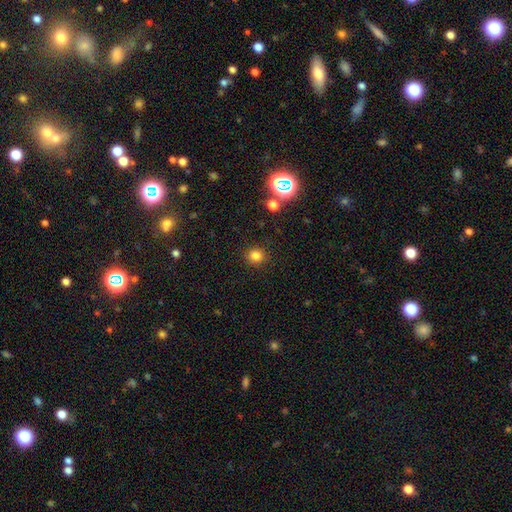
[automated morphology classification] Q: Smooth or featured?
A: smooth (80%); runner-up: star or artifact (15%)
Q: How rounded?
A: round (89%); runner-up: in between (10%)
Q: Merging?
A: none (90%); runner-up: minor disturbance (6%)